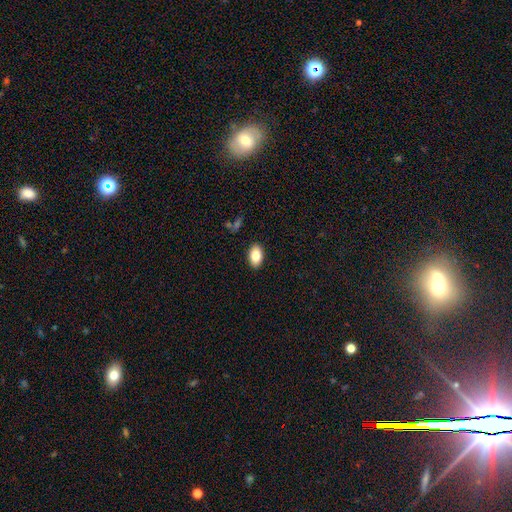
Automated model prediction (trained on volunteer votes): Smooth or featured?
  - smooth: 83% *
  - featured or disk: 10%
  - star or artifact: 7%
How rounded?
  - in between: 91% *
  - round: 7%
  - cigar-shaped: 2%
Merging?
  - none: 89% *
  - minor disturbance: 8%
  - major disturbance: 2%
  - merger: 1%